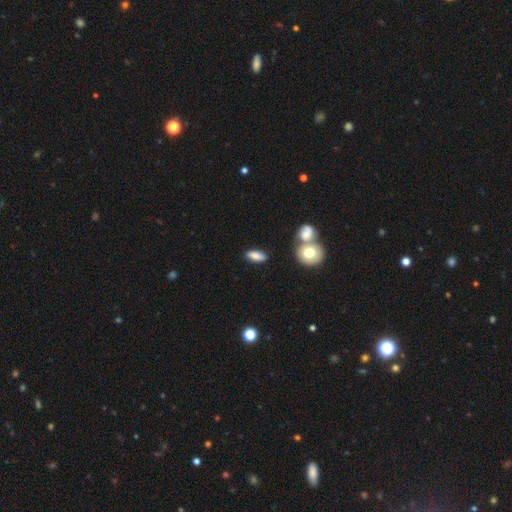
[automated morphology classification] This appears to be a smooth galaxy with no disk features (79%) that is in between round and cigar-shaped (77%). Merging: none (81%).